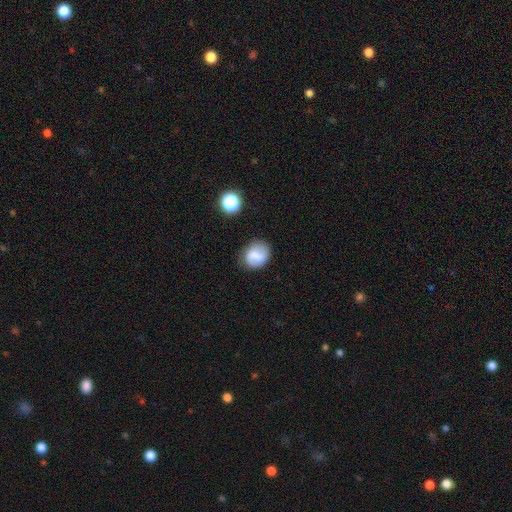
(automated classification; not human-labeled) smooth_or_featured: smooth (p=0.62) [alt: featured or disk p=0.28]
how_rounded: round (p=0.55) [alt: in between p=0.44]
merging: none (p=0.75) [alt: minor disturbance p=0.17]